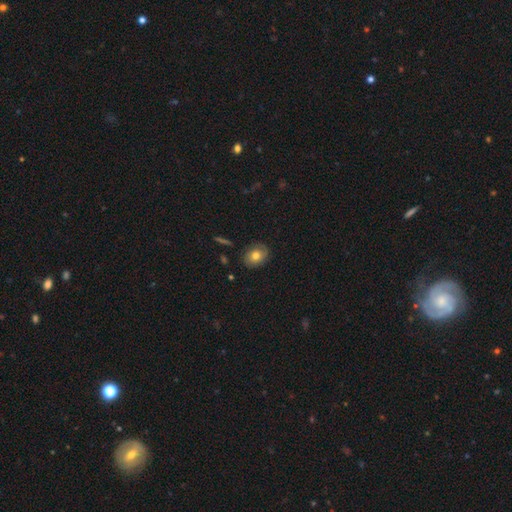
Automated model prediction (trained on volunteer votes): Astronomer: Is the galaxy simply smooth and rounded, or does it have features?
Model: smooth — 61%.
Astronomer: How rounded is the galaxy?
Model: in between — 53% (runner-up: round, 46%).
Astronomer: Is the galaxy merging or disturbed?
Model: none — 81%.